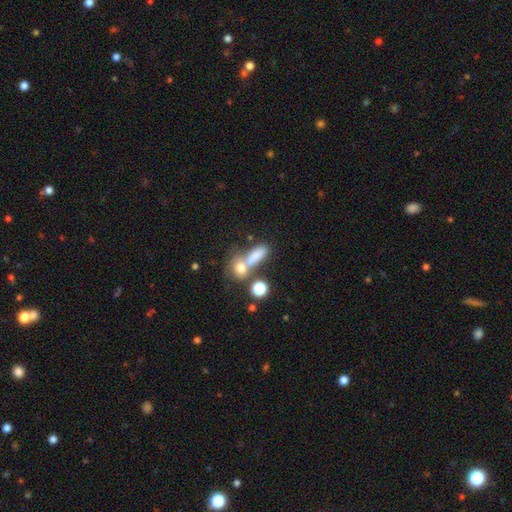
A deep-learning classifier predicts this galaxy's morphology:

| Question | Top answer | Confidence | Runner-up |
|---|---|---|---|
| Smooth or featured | smooth | 76% | featured or disk (13%) |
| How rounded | in between | 57% | cigar-shaped (23%) |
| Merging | merger | 44% | none (37%) |